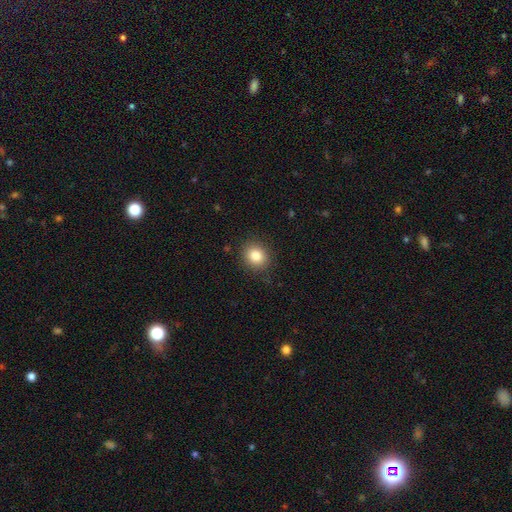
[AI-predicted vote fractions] A smooth galaxy with no disk features (84%) that is round (71%). Merging: none (88%).